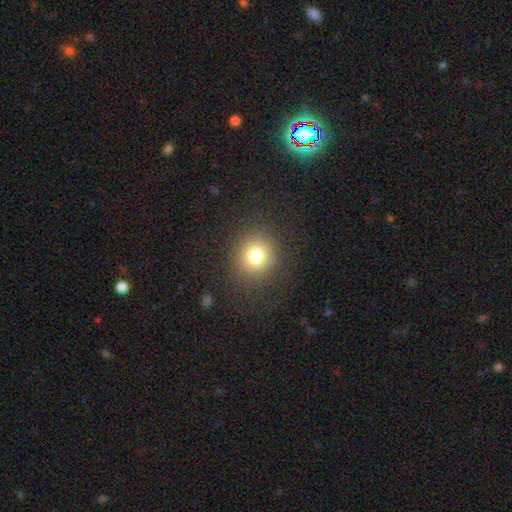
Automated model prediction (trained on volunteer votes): Smooth or featured? Predicted: smooth (p=0.76). How rounded? Predicted: round (p=0.86). Merging? Predicted: none (p=0.86).